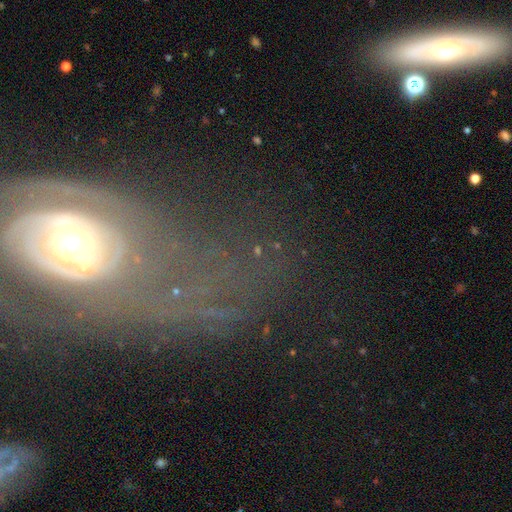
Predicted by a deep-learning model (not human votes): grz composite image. It shows a featured or disk galaxy (69%) with no bar (68%), spiral arms (54%) and a moderate central bulge (63%). Merging: none (52%).